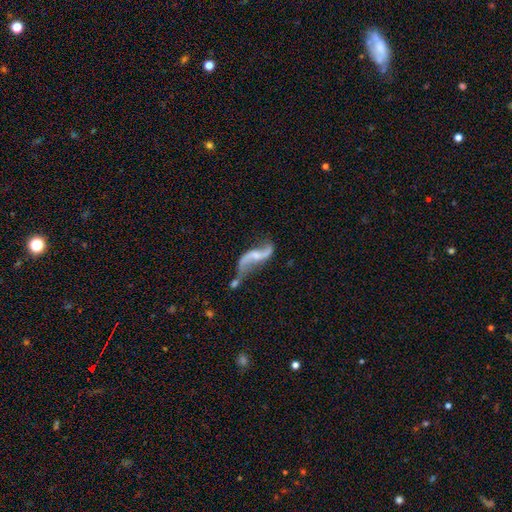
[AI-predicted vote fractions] Smooth or featured?
  - featured or disk: 86% *
  - smooth: 9%
  - star or artifact: 6%
Edge-on disk?
  - no: 94% *
  - yes: 6%
Bar?
  - no: 45% *
  - weak: 40%
  - strong: 15%
Spiral arms?
  - yes: 93% *
  - no: 7%
Spiral winding?
  - loose: 92% *
  - medium: 6%
  - tight: 2%
Spiral arm count?
  - 2: 92% *
  - 1: 3%
  - can't tell: 2%
  - 3: 1%
  - 4: 1%
  - more than 4: 1%
Bulge size?
  - small: 50% *
  - moderate: 25%
  - none: 21%
  - large: 3%
  - dominant: 1%
Merging?
  - none: 39% *
  - merger: 30%
  - minor disturbance: 18%
  - major disturbance: 14%